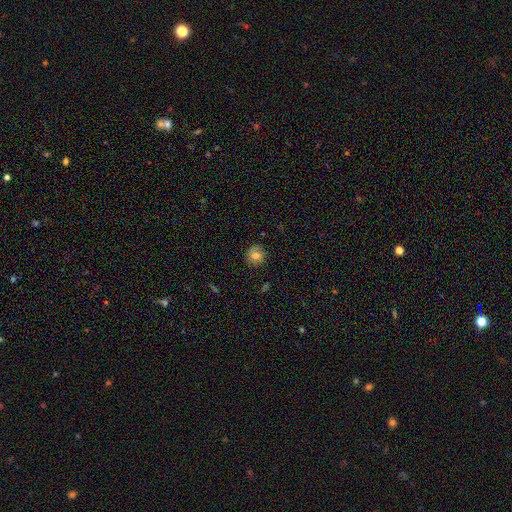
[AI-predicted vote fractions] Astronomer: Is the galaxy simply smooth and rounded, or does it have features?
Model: smooth — 75%.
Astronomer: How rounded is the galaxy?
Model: round — 84%.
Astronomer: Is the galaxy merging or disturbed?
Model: none — 81%.